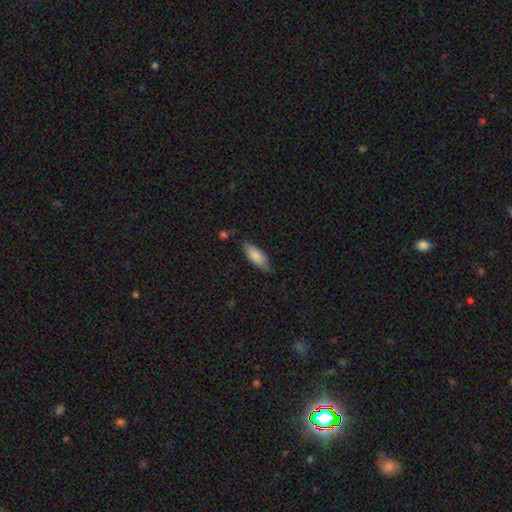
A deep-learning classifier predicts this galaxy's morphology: This appears to be a smooth galaxy with no disk features (82%) that is in between round and cigar-shaped (69%). Merging: none (77%).